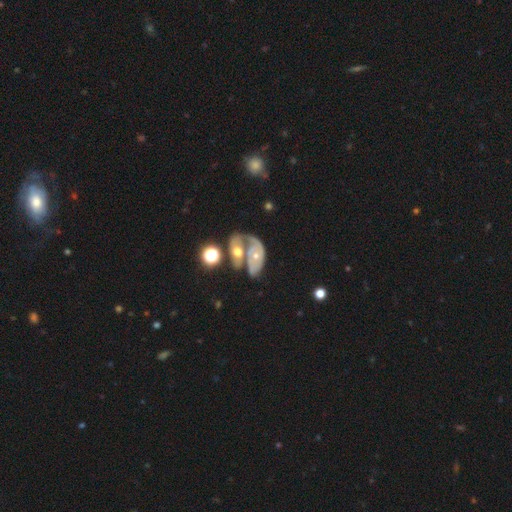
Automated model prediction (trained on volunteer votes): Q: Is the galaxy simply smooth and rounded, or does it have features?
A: featured or disk — 63%.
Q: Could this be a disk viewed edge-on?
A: no — 94%.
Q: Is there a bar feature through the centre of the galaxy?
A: no — 84%.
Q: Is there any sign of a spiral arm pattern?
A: yes — 57%.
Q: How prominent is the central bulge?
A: small — 48%.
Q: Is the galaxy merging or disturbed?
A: merger — 55%.